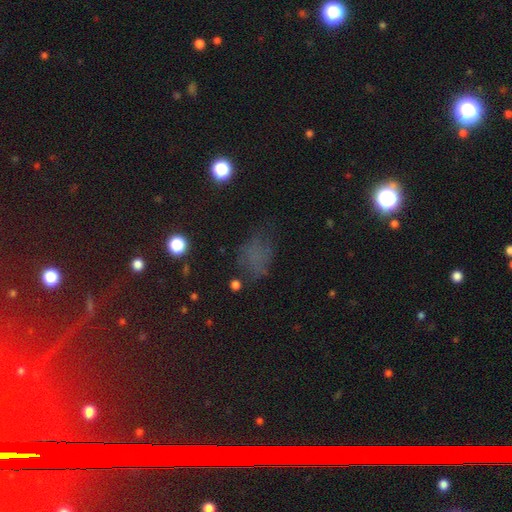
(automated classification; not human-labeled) This appears to be a smooth galaxy with no disk features (53%) that is in between round and cigar-shaped (64%). Merging: none (52%).